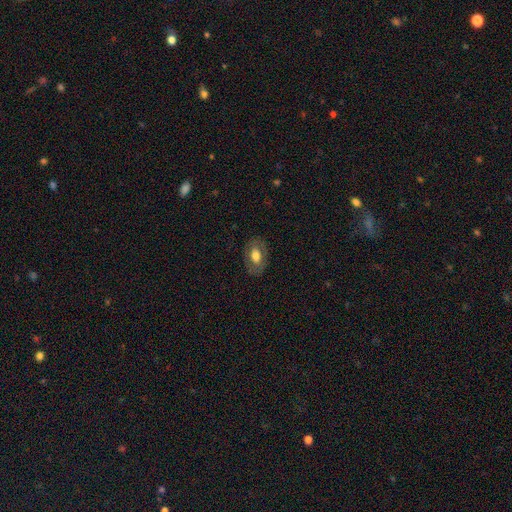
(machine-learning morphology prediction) Smooth or featured? smooth (60%)
How rounded? in between (87%)
Merging? none (81%)